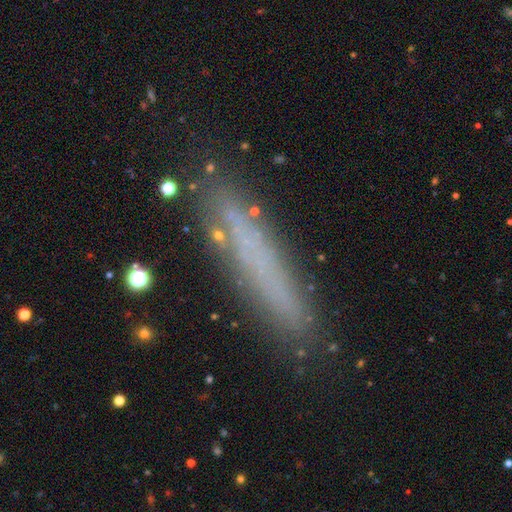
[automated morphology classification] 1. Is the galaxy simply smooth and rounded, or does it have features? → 51% smooth, 35% featured or disk, 14% star or artifact.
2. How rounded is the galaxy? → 91% cigar-shaped, 8% in between, 2% round.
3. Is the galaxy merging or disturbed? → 81% none, 13% minor disturbance, 4% major disturbance, 2% merger.